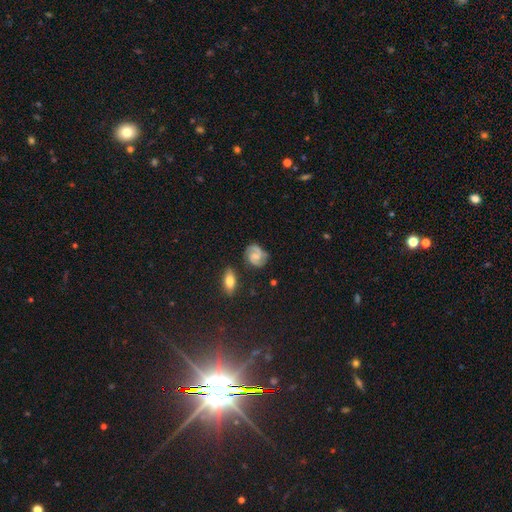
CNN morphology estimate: The model was most divided on "bar": no: 48%, weak: 43%, strong: 9%. Remaining: edge-on disk — no (97%); spiral arms — yes (95%); spiral arm count — 2 (88%); smooth or featured — featured or disk (74%); merging — none (74%); spiral winding — medium (51%); bulge size — small (41%).